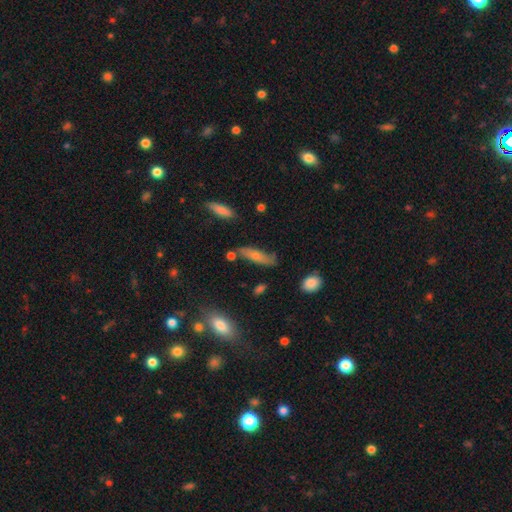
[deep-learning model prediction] smooth-or-featured: smooth: 58% | featured or disk: 34% | star or artifact: 8%
  how-rounded: cigar-shaped: 61% | in between: 36% | round: 3%
  merging: none: 62% | minor disturbance: 24% | major disturbance: 7% | merger: 7%